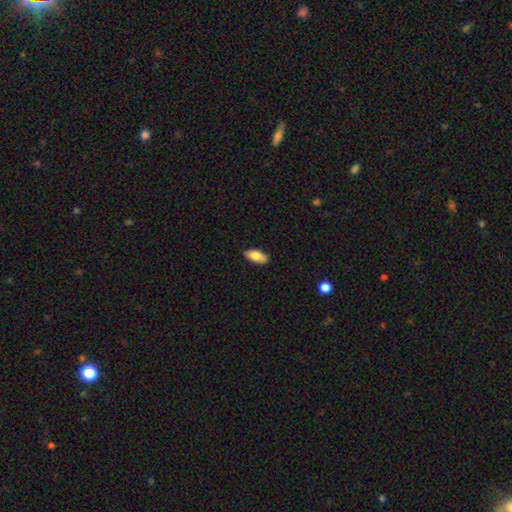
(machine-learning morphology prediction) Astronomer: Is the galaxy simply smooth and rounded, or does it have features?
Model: smooth — 81%.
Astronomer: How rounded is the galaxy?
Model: in between — 87%.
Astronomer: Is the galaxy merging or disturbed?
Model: none — 84%.